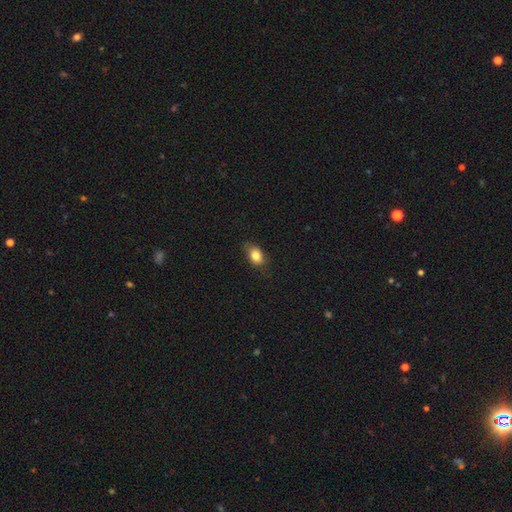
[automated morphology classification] Smooth or featured: smooth — 83% (star or artifact — 9%)
How rounded: in between — 79% (round — 19%)
Merging: none — 78% (minor disturbance — 18%)